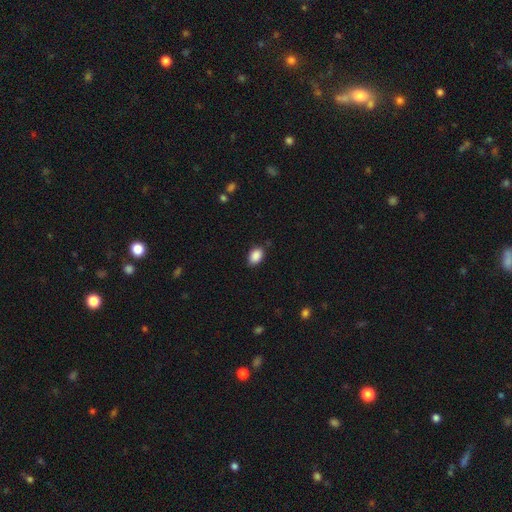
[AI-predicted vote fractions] Smooth or featured? smooth (89%)
How rounded? in between (82%)
Merging? none (82%)